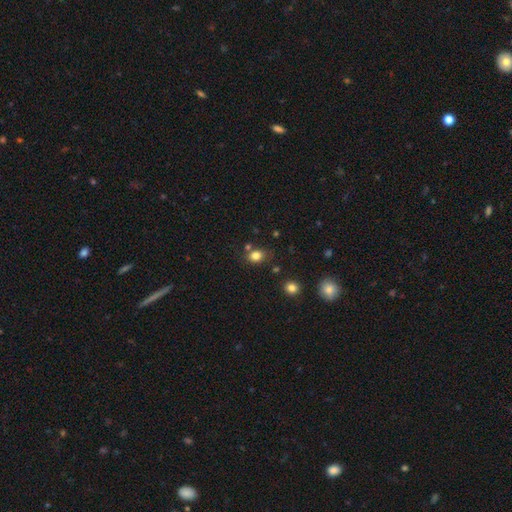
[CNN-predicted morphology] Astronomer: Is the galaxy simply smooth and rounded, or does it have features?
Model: smooth — 81%.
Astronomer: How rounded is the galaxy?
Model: in between — 57% (runner-up: round, 42%).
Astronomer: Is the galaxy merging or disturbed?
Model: none — 69%.